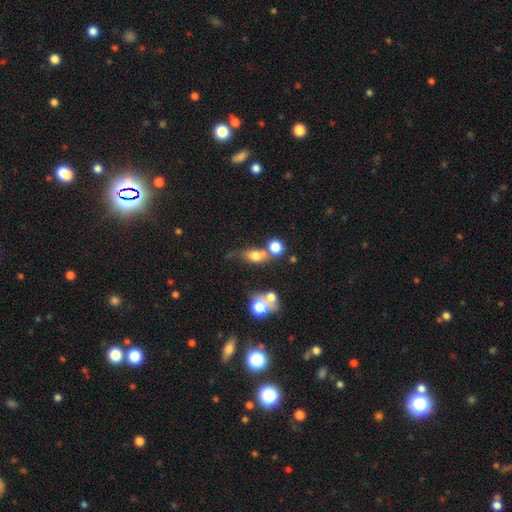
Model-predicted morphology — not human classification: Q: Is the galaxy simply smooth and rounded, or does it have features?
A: smooth — 70%.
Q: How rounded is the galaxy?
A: in between — 63%.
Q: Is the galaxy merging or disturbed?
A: none — 40%.